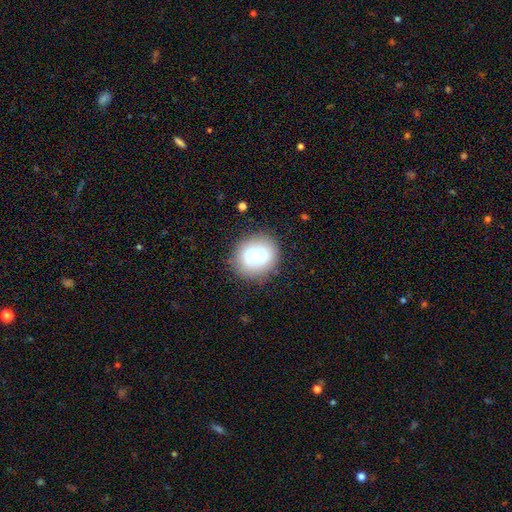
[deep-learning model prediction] This is possibly a smooth galaxy (50%). Merging: likely none (70%).